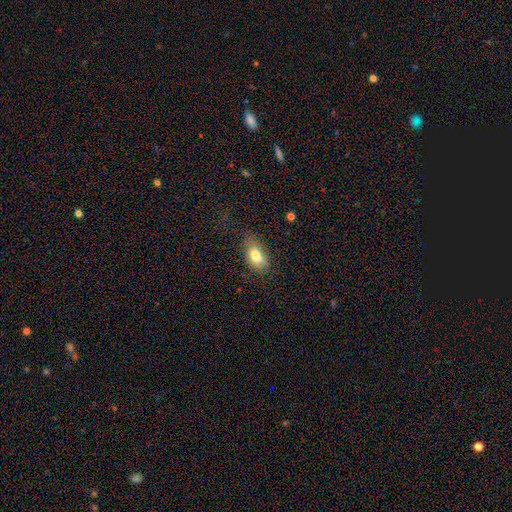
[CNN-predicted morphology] Smooth or featured: smooth — 77% (featured or disk — 15%)
How rounded: in between — 90% (round — 6%)
Merging: none — 59% (minor disturbance — 27%)